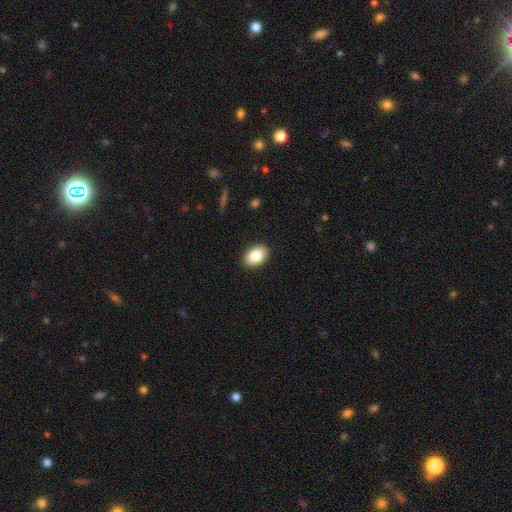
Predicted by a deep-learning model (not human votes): Overall: smooth (84%). How rounded: in between (83%). Merging: none (90%).